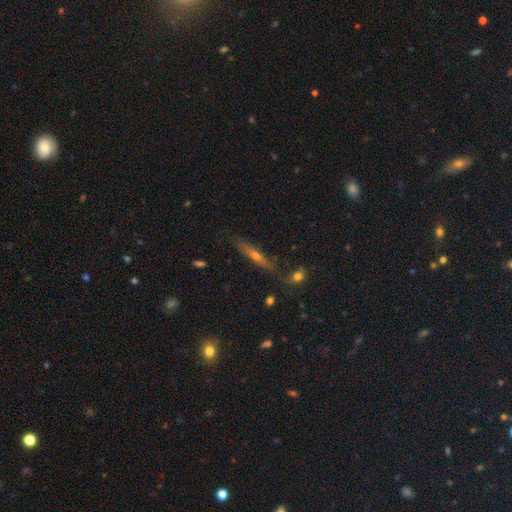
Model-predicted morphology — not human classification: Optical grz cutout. It shows a featured or disk galaxy (55%) viewed edge-on (87%). Merging: none (77%).